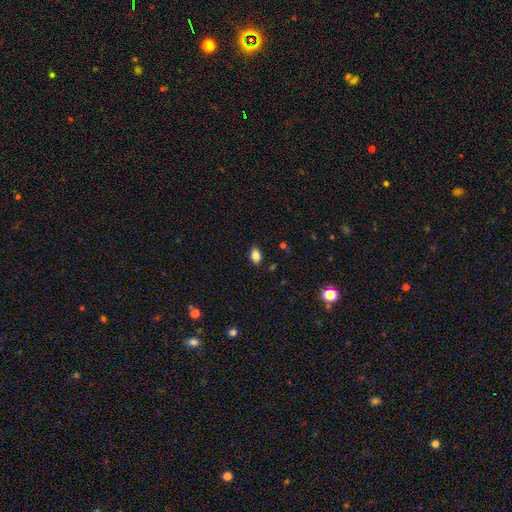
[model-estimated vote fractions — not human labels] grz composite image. It shows a smooth galaxy with no disk features (84%) that is in between round and cigar-shaped (79%). Merging: none (87%).